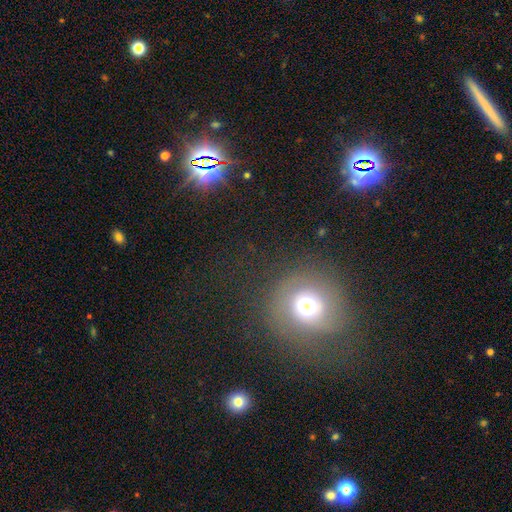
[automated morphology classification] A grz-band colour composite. It shows a smooth galaxy with no disk features (52%) that is round (86%). Merging: none (74%).